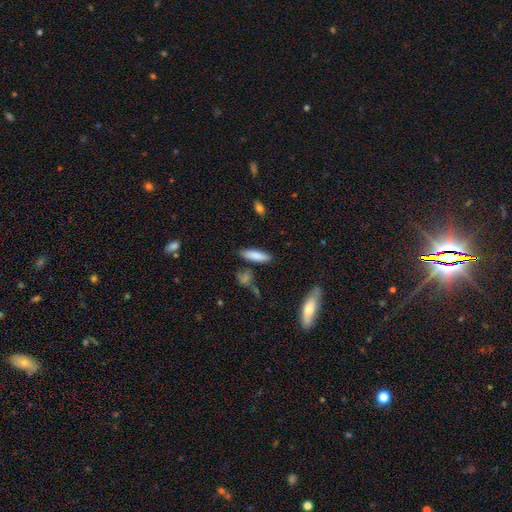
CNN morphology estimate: type=smooth (83%); roundness=cigar-shaped (62%); merging=none (81%).